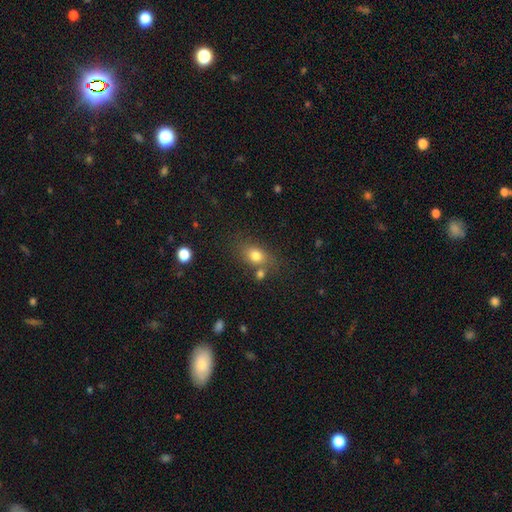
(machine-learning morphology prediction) Smooth or featured? smooth (78%)
How rounded? in between (64%)
Merging? none (64%)